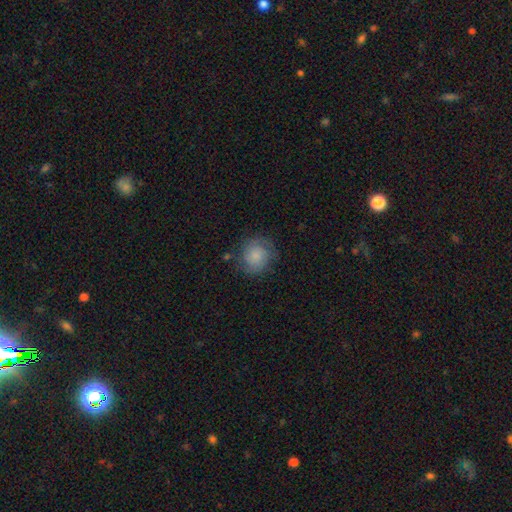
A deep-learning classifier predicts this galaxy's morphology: Q: Smooth or featured?
A: smooth (58%); runner-up: featured or disk (33%)
Q: How rounded?
A: round (84%); runner-up: in between (15%)
Q: Merging?
A: none (73%); runner-up: minor disturbance (18%)